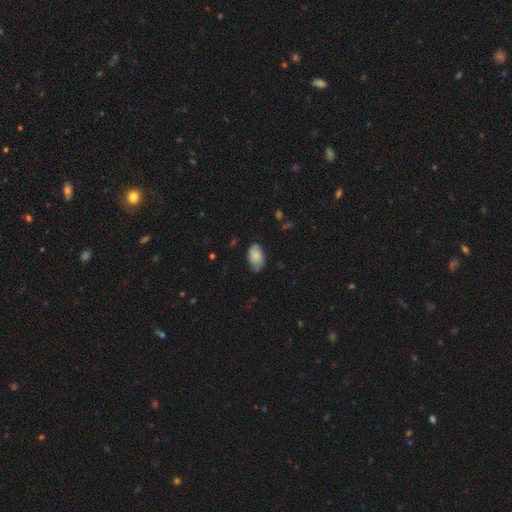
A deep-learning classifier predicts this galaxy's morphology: Q: Smooth or featured?
A: smooth (79%); runner-up: featured or disk (14%)
Q: How rounded?
A: in between (93%); runner-up: round (6%)
Q: Merging?
A: none (68%); runner-up: minor disturbance (26%)